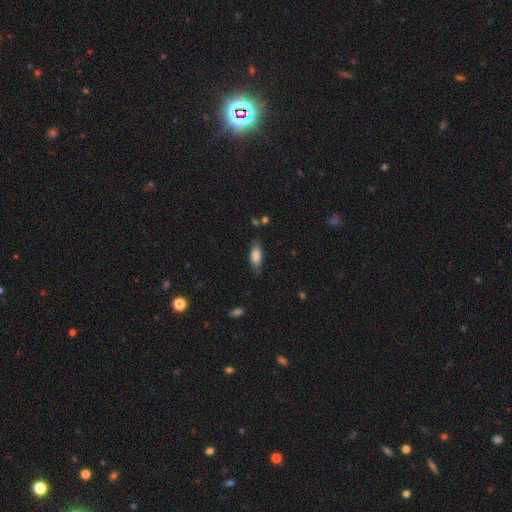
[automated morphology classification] Smooth or featured? smooth (79%)
How rounded? in between (77%)
Merging? none (74%)